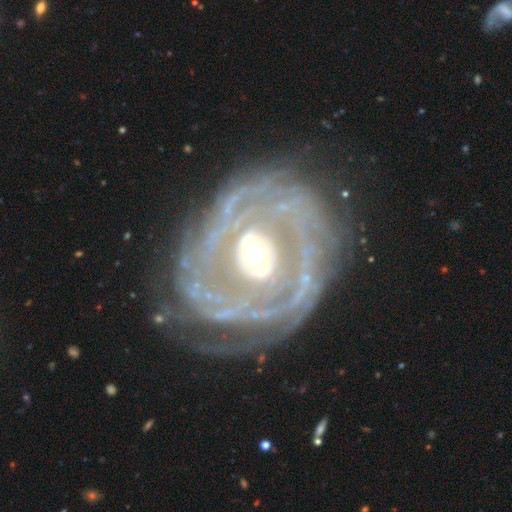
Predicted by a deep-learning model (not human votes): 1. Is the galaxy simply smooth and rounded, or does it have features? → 88% featured or disk, 7% smooth, 5% star or artifact.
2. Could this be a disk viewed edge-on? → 96% no, 4% yes.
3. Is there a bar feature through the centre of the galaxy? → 39% no, 35% weak, 26% strong.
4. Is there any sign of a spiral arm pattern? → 85% yes, 15% no.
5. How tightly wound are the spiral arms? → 70% tight, 22% medium, 8% loose.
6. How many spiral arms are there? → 35% can't tell, 28% 2, 13% 3, 8% 4, 8% more than 4, 8% 1.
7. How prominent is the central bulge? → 69% moderate, 16% large, 13% small, 2% dominant, 1% none.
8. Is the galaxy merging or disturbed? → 67% none, 19% minor disturbance, 12% major disturbance, 2% merger.